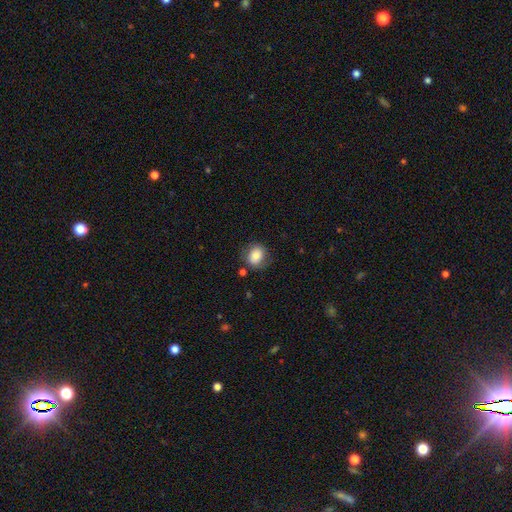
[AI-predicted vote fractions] smooth-or-featured: smooth: 82% | featured or disk: 10% | star or artifact: 8%
  how-rounded: round: 61% | in between: 38% | cigar-shaped: 1%
  merging: none: 76% | minor disturbance: 15% | major disturbance: 5% | merger: 3%